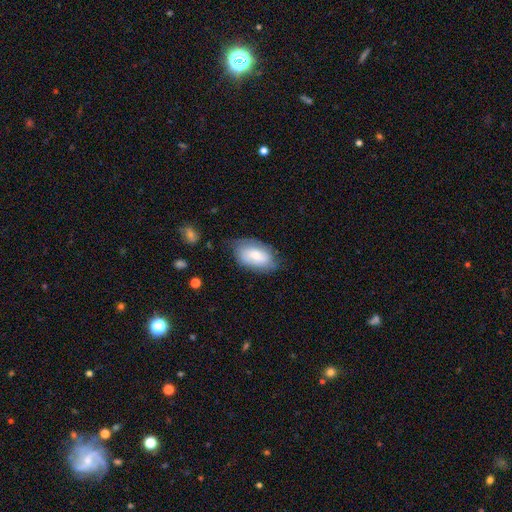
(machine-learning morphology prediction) Smooth or featured: smooth — 66% (featured or disk — 27%)
How rounded: in between — 92% (round — 6%)
Merging: none — 62% (minor disturbance — 28%)